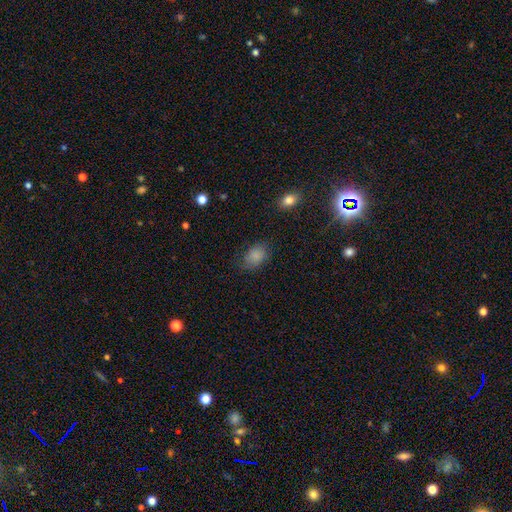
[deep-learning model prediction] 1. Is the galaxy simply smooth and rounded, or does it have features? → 84% smooth, 10% star or artifact, 6% featured or disk.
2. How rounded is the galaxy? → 82% in between, 17% round, 1% cigar-shaped.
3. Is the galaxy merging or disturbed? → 73% none, 20% minor disturbance, 6% major disturbance, 1% merger.